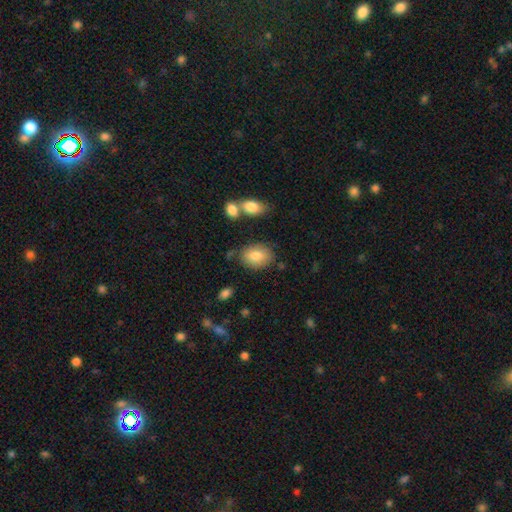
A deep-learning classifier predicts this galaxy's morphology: type=smooth (81%); roundness=in between (75%); merging=none (77%).